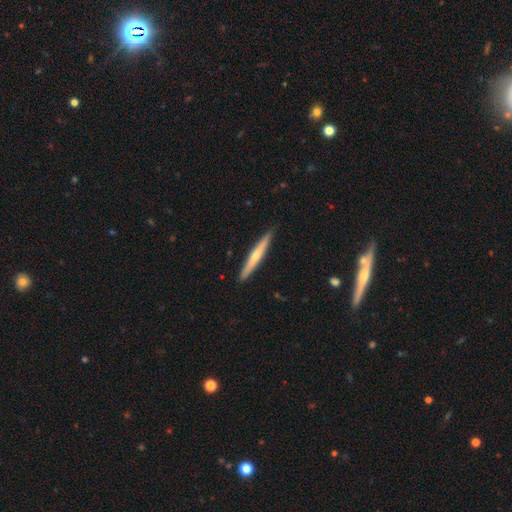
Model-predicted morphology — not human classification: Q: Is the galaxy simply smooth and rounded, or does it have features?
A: featured or disk — 50%.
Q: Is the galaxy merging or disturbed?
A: none — 91%.